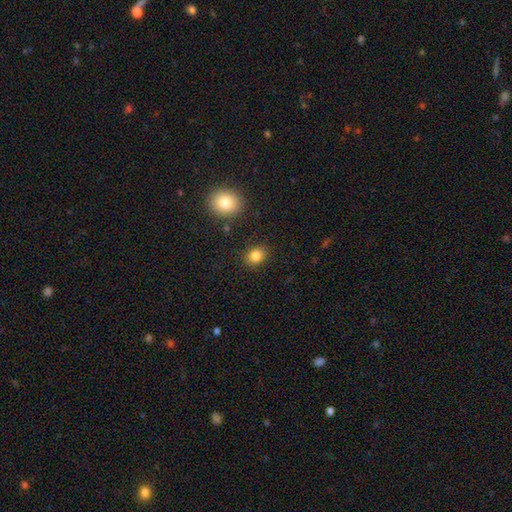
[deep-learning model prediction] smooth 83%, star or artifact 11%, featured or disk 6%. Down the decision tree: how rounded — round (50%); merging — none (86%).